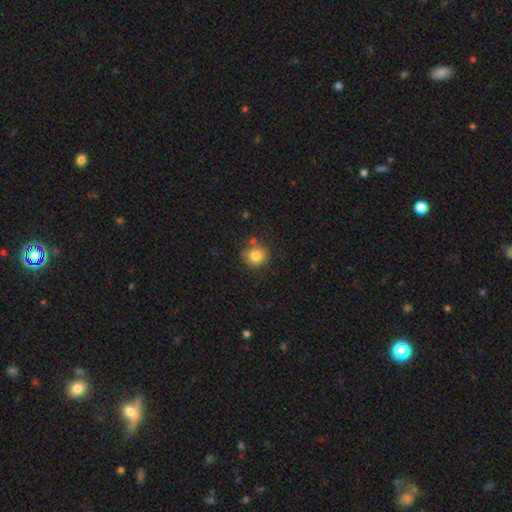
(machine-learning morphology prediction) A smooth galaxy with no disk features (82%) that is round (89%).

Vote fractions:
- Smooth or featured? smooth: 82% / star or artifact: 11% / featured or disk: 7%
- How rounded? round: 89% / in between: 10% / cigar-shaped: 1%
- Merging? none: 80% / minor disturbance: 11% / merger: 6% / major disturbance: 3%